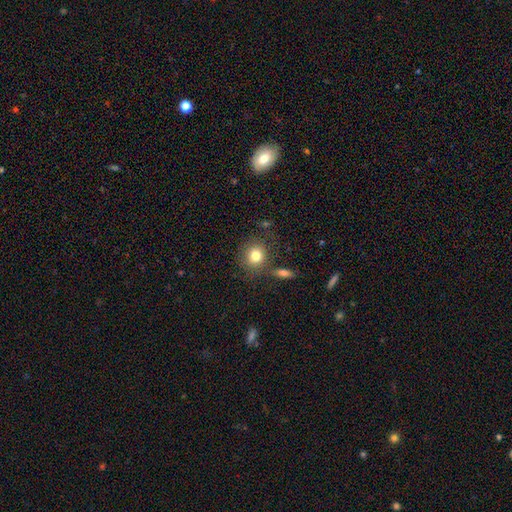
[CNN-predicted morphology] type=smooth (81%); roundness=round (82%); merging=none (77%).